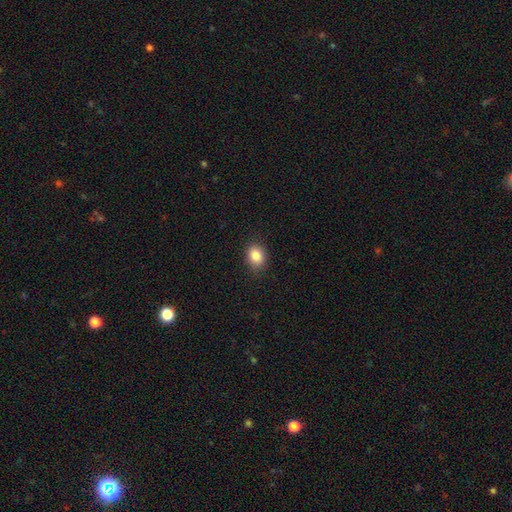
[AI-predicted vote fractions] Overall: smooth (85%). How rounded: in between (55%; round 44%). Merging: none (87%).